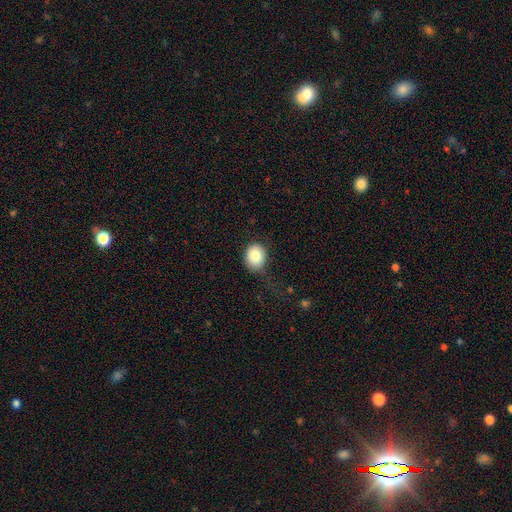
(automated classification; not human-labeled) Overall: smooth (83%). How rounded: round (65%; in between 34%). Merging: none (69%).